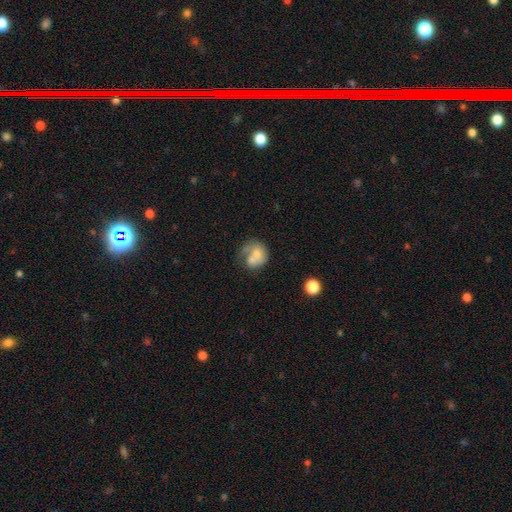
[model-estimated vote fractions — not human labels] Q: Smooth or featured?
A: smooth (54%); runner-up: featured or disk (38%)
Q: How rounded?
A: round (64%); runner-up: in between (35%)
Q: Merging?
A: merger (41%); runner-up: none (25%)